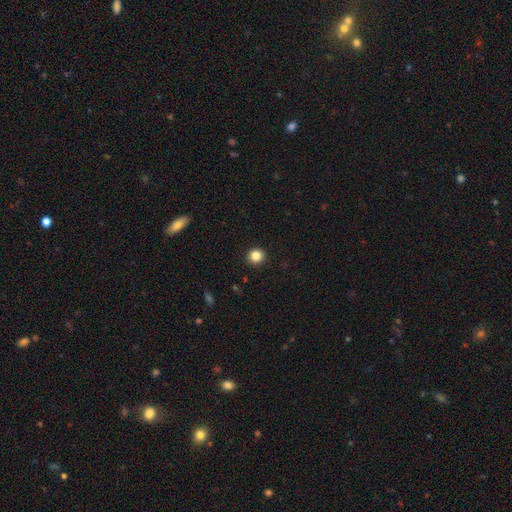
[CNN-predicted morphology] Smooth or featured? smooth (85%)
How rounded? round (91%)
Merging? none (93%)